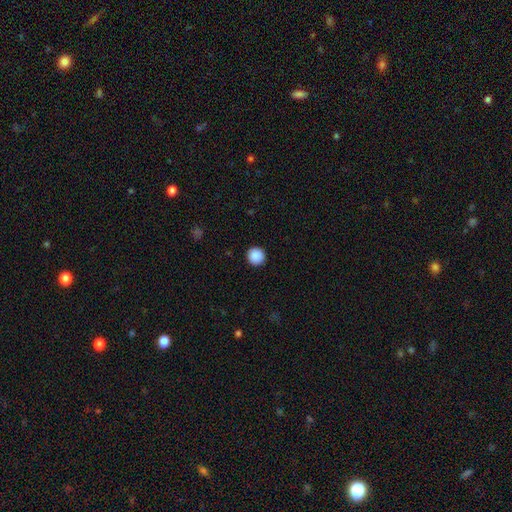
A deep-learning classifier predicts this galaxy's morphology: A smooth galaxy with no disk features (89%) that is round (96%). Merging: none (93%).